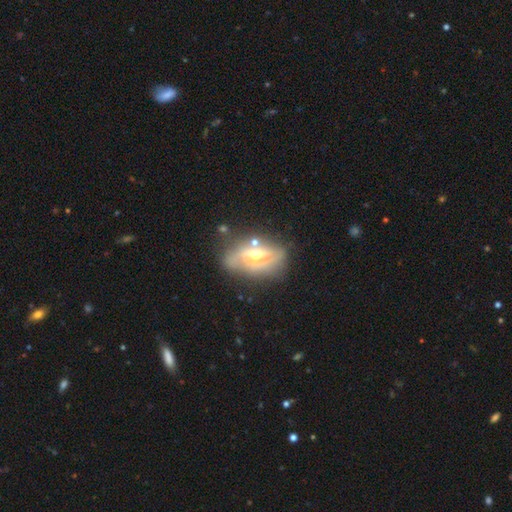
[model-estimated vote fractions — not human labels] Morphology: type=featured or disk (65%); edge-on=no (75%); merging=none (60%).